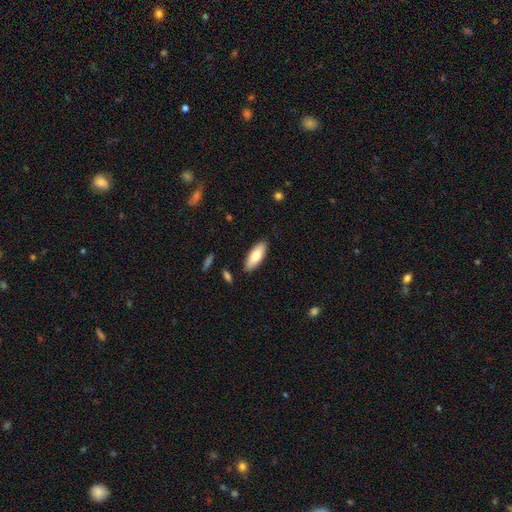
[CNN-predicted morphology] Smooth or featured: smooth — 77% (featured or disk — 17%)
How rounded: in between — 72% (cigar-shaped — 26%)
Merging: none — 87% (minor disturbance — 9%)